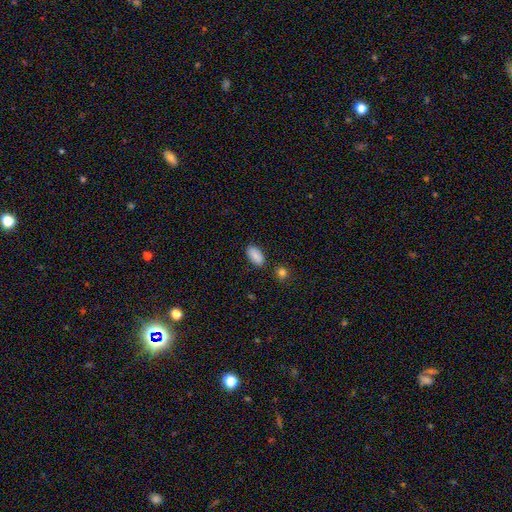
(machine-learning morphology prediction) Smooth or featured? Predicted: smooth (p=0.87). How rounded? Predicted: in between (p=0.94). Merging? Predicted: none (p=0.83).